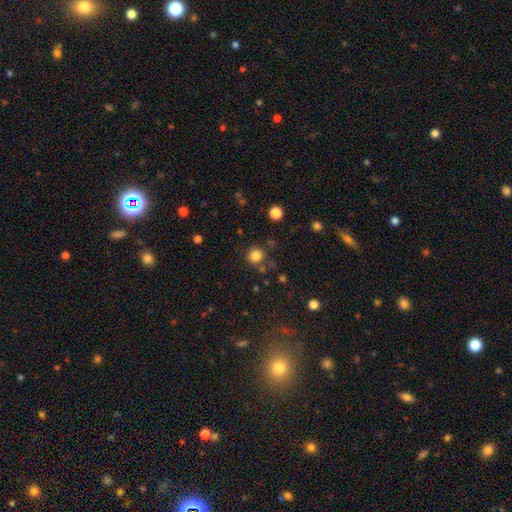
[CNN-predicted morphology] smooth-or-featured: smooth: 82% | star or artifact: 13% | featured or disk: 5%
  how-rounded: round: 88% | in between: 11% | cigar-shaped: 1%
  merging: none: 80% | minor disturbance: 10% | merger: 6% | major disturbance: 4%